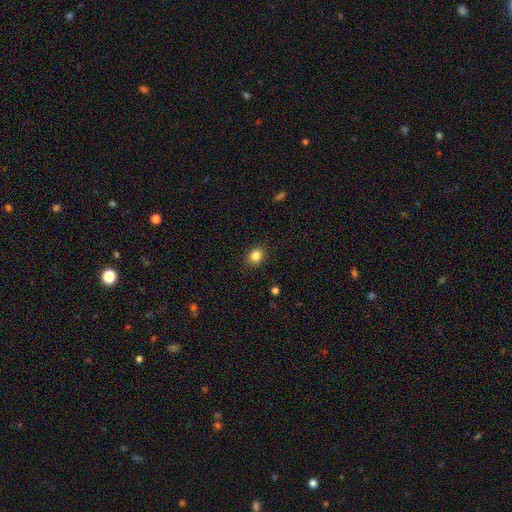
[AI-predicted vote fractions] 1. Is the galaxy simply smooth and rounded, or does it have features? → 84% smooth, 11% star or artifact, 5% featured or disk.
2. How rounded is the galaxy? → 74% round, 25% in between, 1% cigar-shaped.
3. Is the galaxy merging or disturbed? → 90% none, 7% minor disturbance, 2% major disturbance, 1% merger.